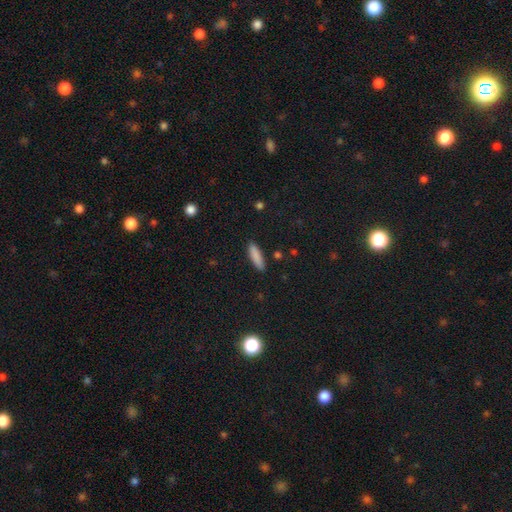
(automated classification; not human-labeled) smooth_or_featured: smooth (p=0.87) [alt: featured or disk p=0.07]
how_rounded: cigar-shaped (p=0.66) [alt: in between p=0.32]
merging: none (p=0.88) [alt: minor disturbance p=0.09]